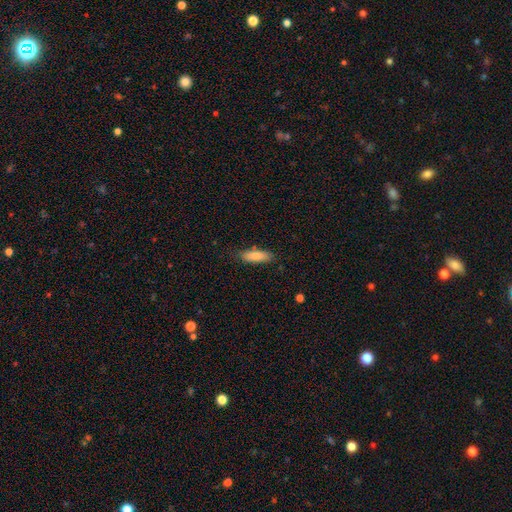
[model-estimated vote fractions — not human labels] Smooth or featured? Predicted: smooth (p=0.84). How rounded? Predicted: in between (p=0.51). Merging? Predicted: none (p=0.79).